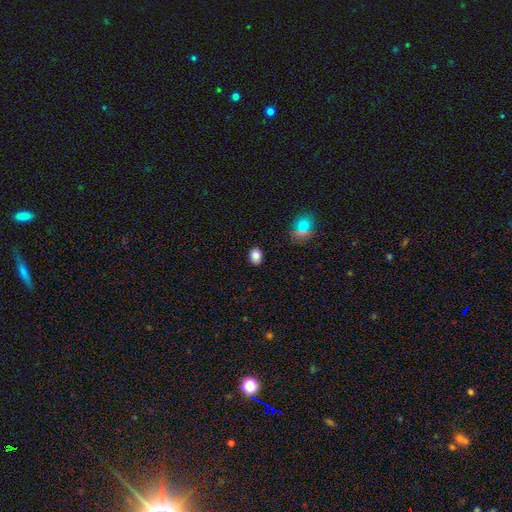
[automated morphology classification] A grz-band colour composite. It shows a smooth galaxy with no disk features (85%) that is in between round and cigar-shaped (63%). Merging: none (87%).